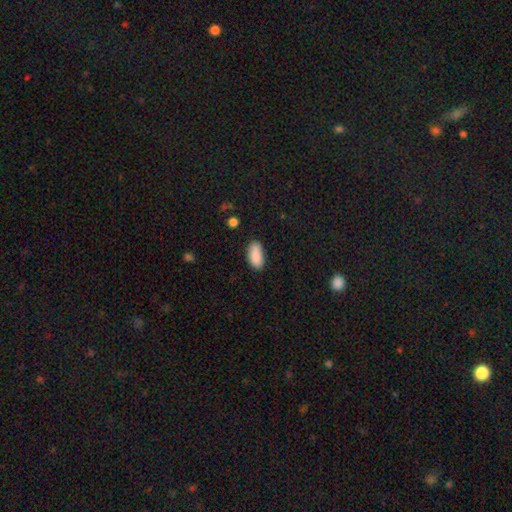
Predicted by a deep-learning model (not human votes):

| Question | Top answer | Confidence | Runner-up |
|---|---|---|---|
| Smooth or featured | smooth | 89% | star or artifact (7%) |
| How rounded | in between | 91% | cigar-shaped (6%) |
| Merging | none | 80% | minor disturbance (15%) |